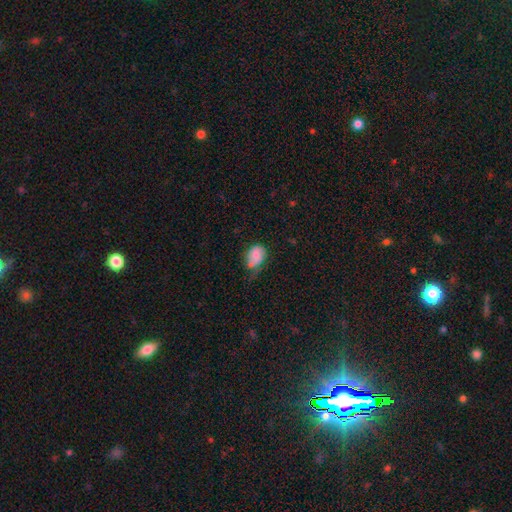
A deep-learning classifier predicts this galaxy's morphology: type=smooth (75%); roundness=in between (72%); merging=minor disturbance (40%).